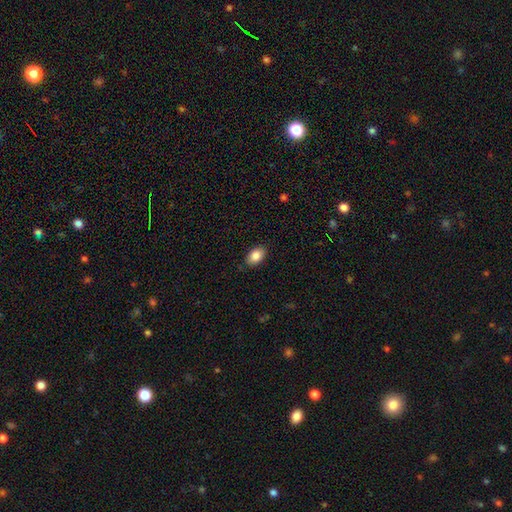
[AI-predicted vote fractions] Overall: smooth (86%). How rounded: in between (90%). Merging: none (87%).